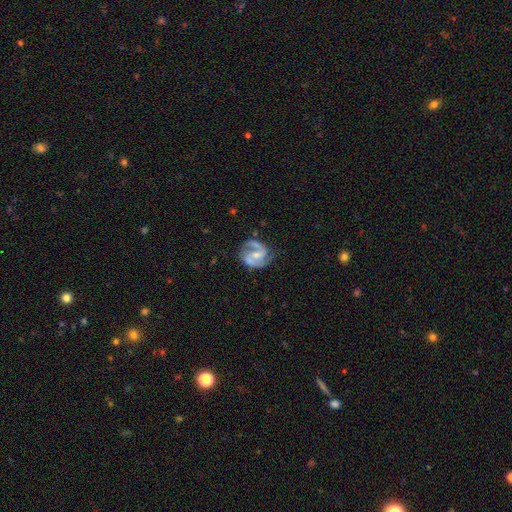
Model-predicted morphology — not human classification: A featured or disk galaxy (87%) with a weak bar (44%), 2 (90%) medium (55%) spiral arms (96%) and a small central bulge (48%).

Vote fractions:
- Smooth or featured? featured or disk: 87% / smooth: 8% / star or artifact: 5%
- Edge-on disk? no: 98% / yes: 2%
- Bar? weak: 44% / strong: 34% / no: 22%
- Spiral arms? yes: 96% / no: 4%
- Spiral winding? medium: 55% / tight: 26% / loose: 19%
- Spiral arm count? 2: 90% / can't tell: 3% / 1: 3% / 3: 2% / 4: 1% / more than 4: 1%
- Bulge size? small: 48% / moderate: 44% / none: 5% / large: 2% / dominant: 1%
- Merging? none: 70% / minor disturbance: 19% / major disturbance: 8% / merger: 2%